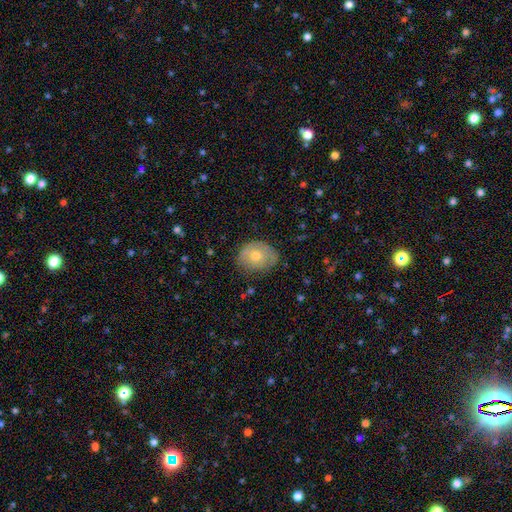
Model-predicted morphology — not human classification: Smooth or featured?
  - smooth: 54% *
  - featured or disk: 37%
  - star or artifact: 8%
How rounded?
  - round: 50% *
  - in between: 48%
  - cigar-shaped: 1%
Merging?
  - none: 74% *
  - minor disturbance: 20%
  - major disturbance: 4%
  - merger: 1%